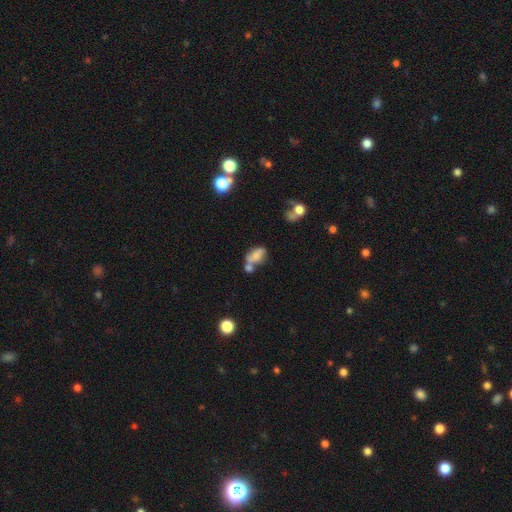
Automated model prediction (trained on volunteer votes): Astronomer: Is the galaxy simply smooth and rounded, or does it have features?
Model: smooth — 60%.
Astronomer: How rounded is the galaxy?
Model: in between — 84%.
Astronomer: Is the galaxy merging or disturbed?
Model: merger — 48% (runner-up: none, 24%).